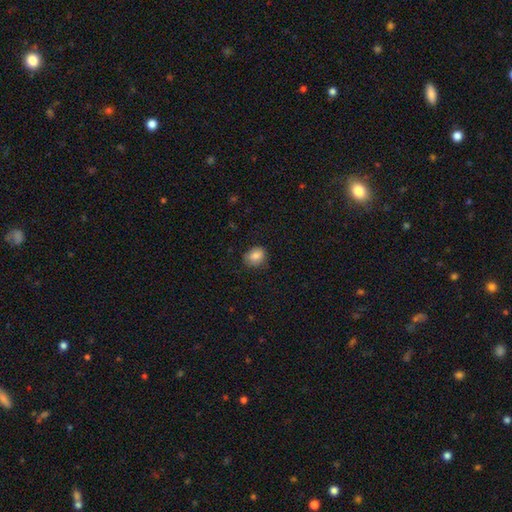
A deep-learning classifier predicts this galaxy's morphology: This appears to be a smooth galaxy with no disk features (84%) that is round (54%). Merging: none (82%).